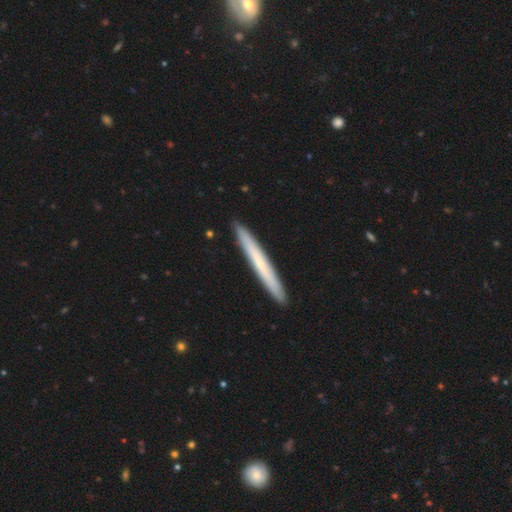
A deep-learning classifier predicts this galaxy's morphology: Overall: smooth (54%; featured or disk 40%). How rounded: cigar-shaped (97%). Merging: none (93%).